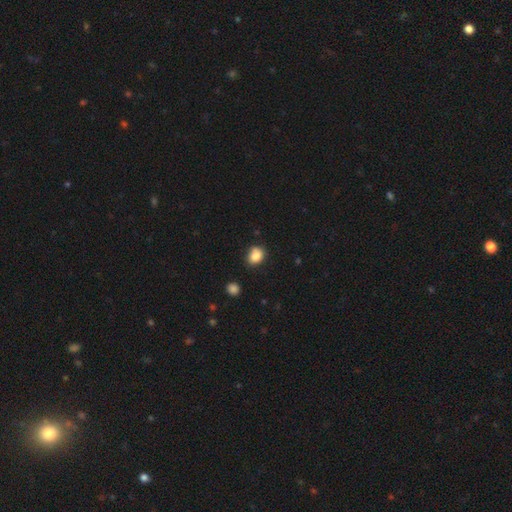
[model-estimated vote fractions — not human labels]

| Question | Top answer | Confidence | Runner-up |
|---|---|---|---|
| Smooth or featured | smooth | 85% | star or artifact (10%) |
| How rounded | in between | 54% | round (45%) |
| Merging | none | 69% | minor disturbance (23%) |